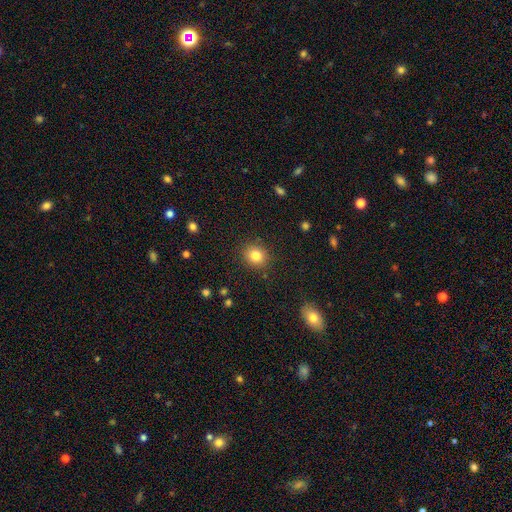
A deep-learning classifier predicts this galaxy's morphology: A smooth galaxy with no disk features (82%) that is round (83%). Merging: none (88%).